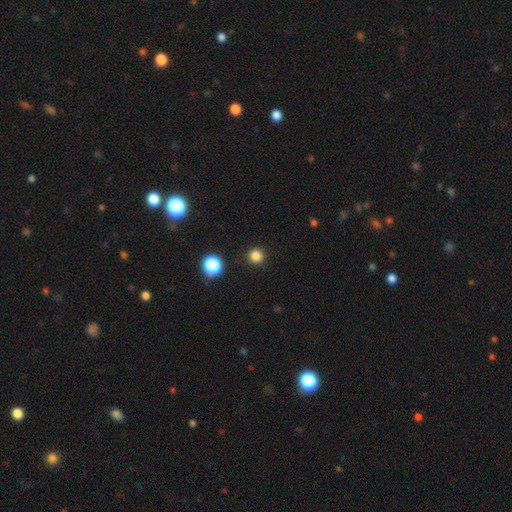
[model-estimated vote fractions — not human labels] smooth-or-featured: smooth: 83% | star or artifact: 14% | featured or disk: 3%
  how-rounded: round: 95% | in between: 4% | cigar-shaped: 1%
  merging: none: 92% | minor disturbance: 5% | major disturbance: 2% | merger: 1%